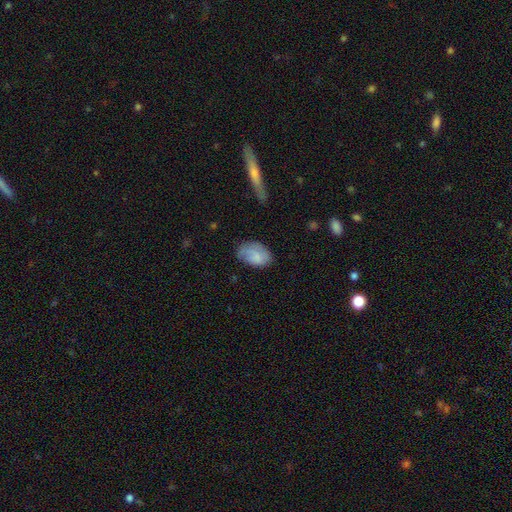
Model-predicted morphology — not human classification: Q: Smooth or featured?
A: smooth (74%); runner-up: featured or disk (19%)
Q: How rounded?
A: in between (89%); runner-up: round (10%)
Q: Merging?
A: none (60%); runner-up: minor disturbance (30%)